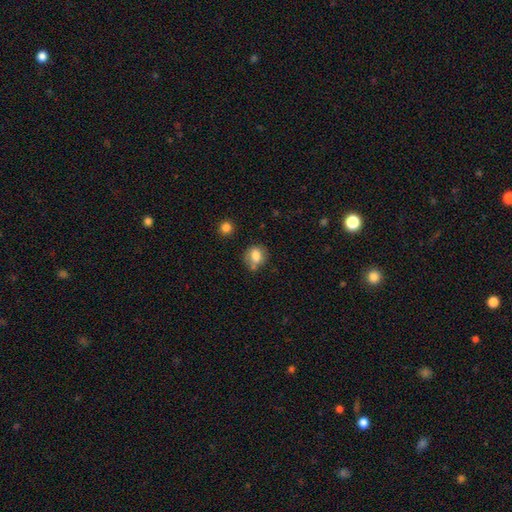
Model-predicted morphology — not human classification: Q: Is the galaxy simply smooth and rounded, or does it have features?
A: smooth — 78%.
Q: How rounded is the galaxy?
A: round — 60%.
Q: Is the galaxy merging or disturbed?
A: none — 58%.